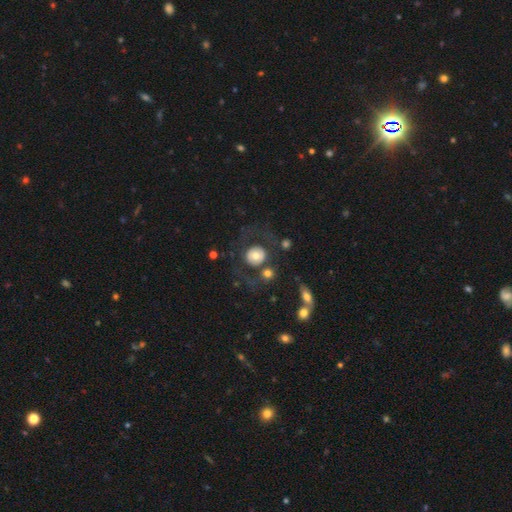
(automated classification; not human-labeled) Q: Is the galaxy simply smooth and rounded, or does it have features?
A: smooth — 61%.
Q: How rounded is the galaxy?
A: round — 87%.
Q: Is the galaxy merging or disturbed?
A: none — 66%.